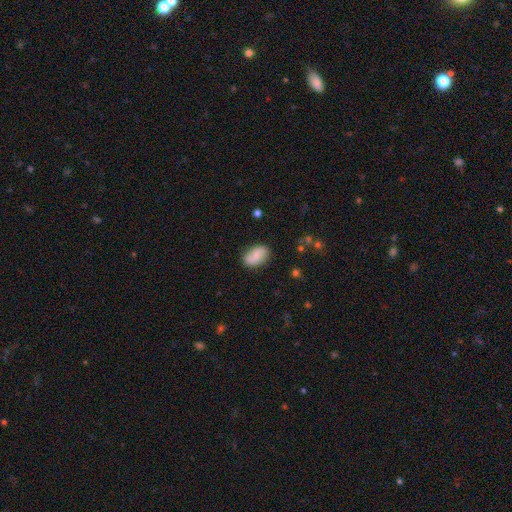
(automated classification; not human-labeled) A smooth galaxy with no disk features (64%) that is in between round and cigar-shaped (91%). Merging: none (81%).